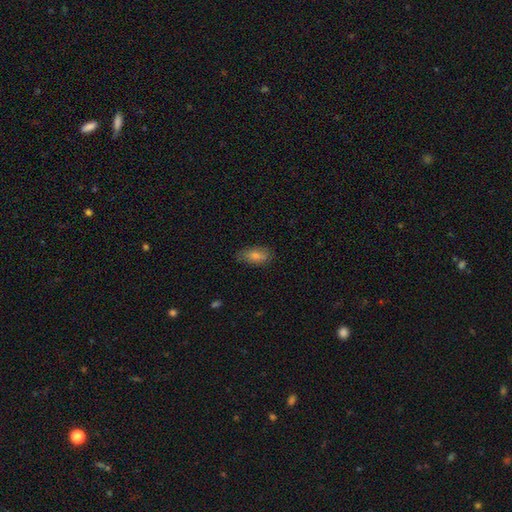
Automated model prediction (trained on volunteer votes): smooth 72%, featured or disk 18%, star or artifact 10%. Down the decision tree: how rounded — in between (87%); merging — none (79%).